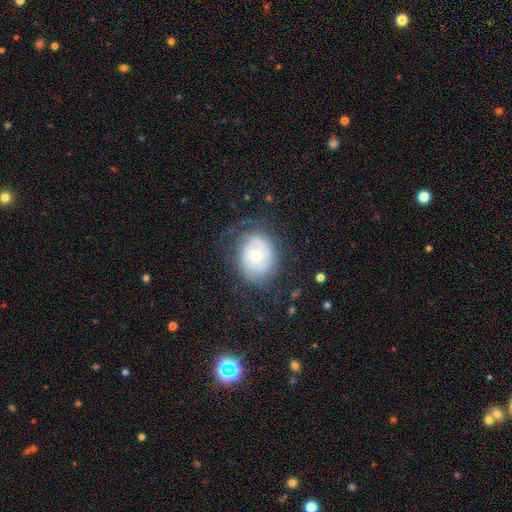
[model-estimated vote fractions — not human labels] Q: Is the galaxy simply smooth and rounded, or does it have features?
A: featured or disk — 47%.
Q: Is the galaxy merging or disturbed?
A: none — 57%.